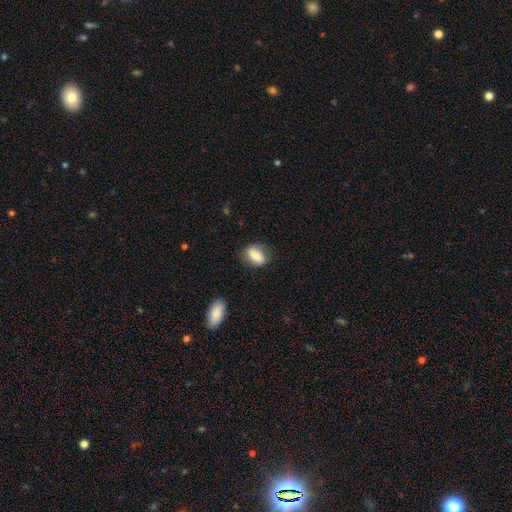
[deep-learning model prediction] Smooth or featured? Predicted: smooth (p=0.77). How rounded? Predicted: in between (p=0.80). Merging? Predicted: none (p=0.76).